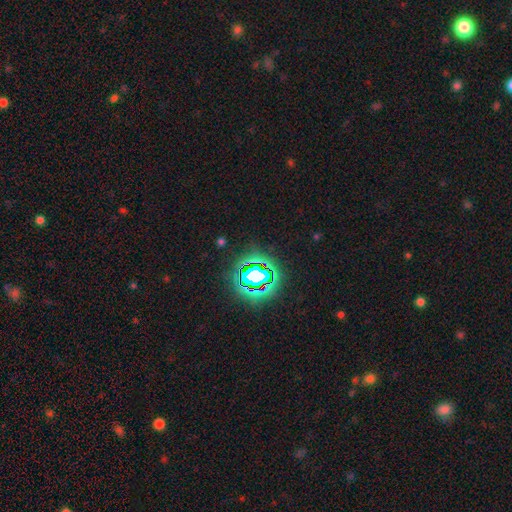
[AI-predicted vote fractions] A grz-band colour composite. It shows a star or artifact, not a galaxy (80%).